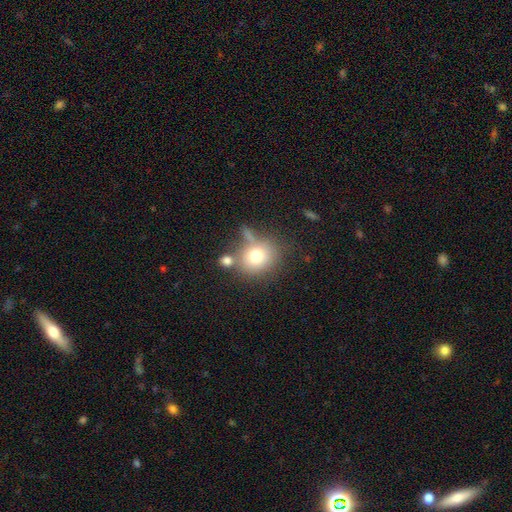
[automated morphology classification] Overall: smooth (73%). How rounded: round (77%). Merging: none (56%; merger 20%).